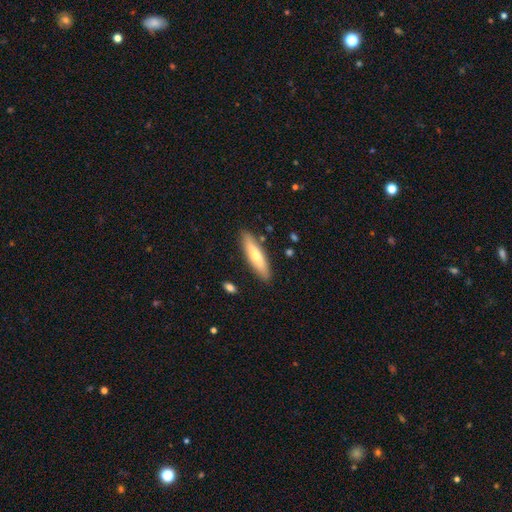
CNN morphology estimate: smooth-or-featured: smooth: 61% | featured or disk: 34% | star or artifact: 6%
  how-rounded: cigar-shaped: 74% | in between: 25% | round: 1%
  merging: none: 86% | minor disturbance: 10% | merger: 2% | major disturbance: 2%